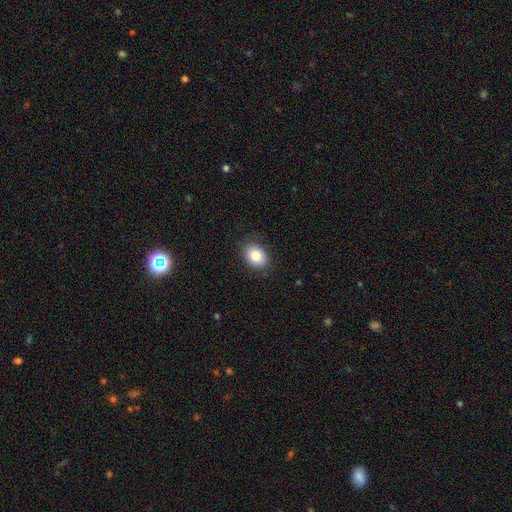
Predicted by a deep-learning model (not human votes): smooth-or-featured: smooth: 84% | star or artifact: 8% | featured or disk: 8%
  how-rounded: in between: 71% | round: 28% | cigar-shaped: 1%
  merging: none: 84% | minor disturbance: 12% | major disturbance: 3% | merger: 1%